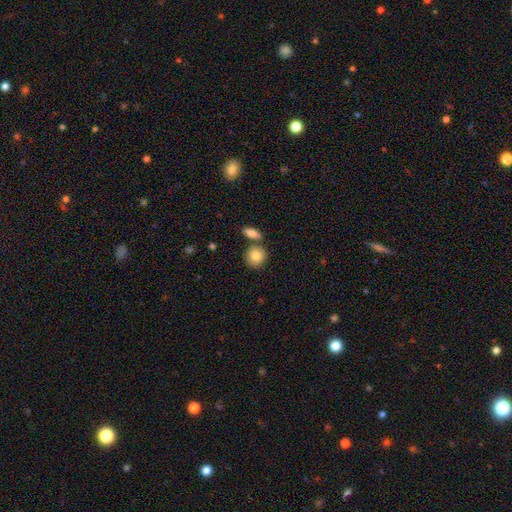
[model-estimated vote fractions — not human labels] Smooth or featured?
  - smooth: 82% *
  - featured or disk: 10%
  - star or artifact: 7%
How rounded?
  - round: 82% *
  - in between: 16%
  - cigar-shaped: 1%
Merging?
  - none: 67% *
  - merger: 20%
  - minor disturbance: 10%
  - major disturbance: 3%